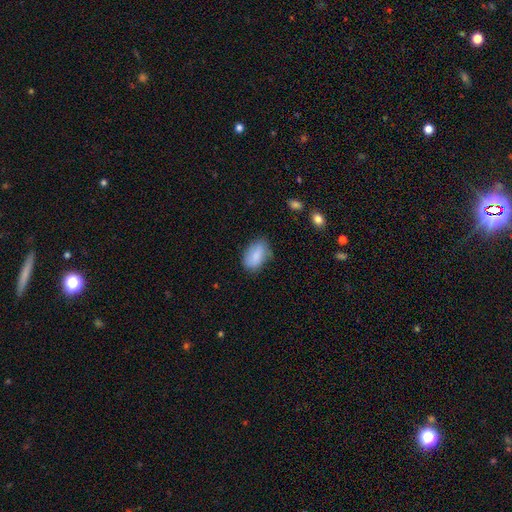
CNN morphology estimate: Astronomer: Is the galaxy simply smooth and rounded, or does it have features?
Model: smooth — 85%.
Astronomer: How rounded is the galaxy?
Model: in between — 91%.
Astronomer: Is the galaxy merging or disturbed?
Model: none — 66%.